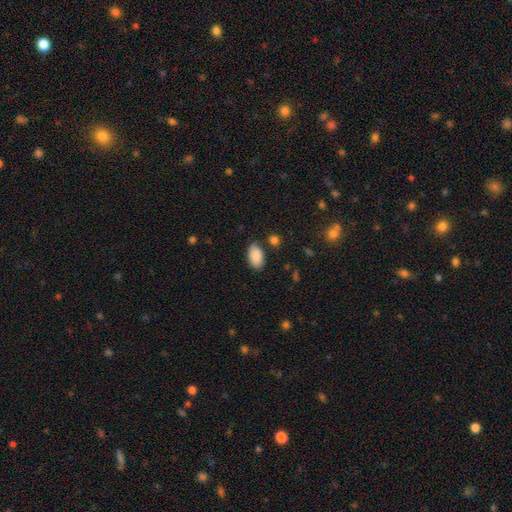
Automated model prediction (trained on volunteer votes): smooth_or_featured: smooth (p=0.89) [alt: star or artifact p=0.07]
how_rounded: in between (p=0.94) [alt: round p=0.04]
merging: none (p=0.81) [alt: minor disturbance p=0.13]